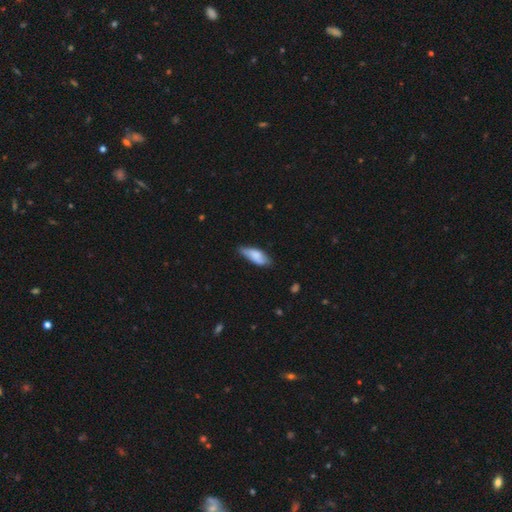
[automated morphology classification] Smooth or featured: smooth — 79% (featured or disk — 15%)
How rounded: in between — 72% (cigar-shaped — 27%)
Merging: none — 64% (minor disturbance — 29%)